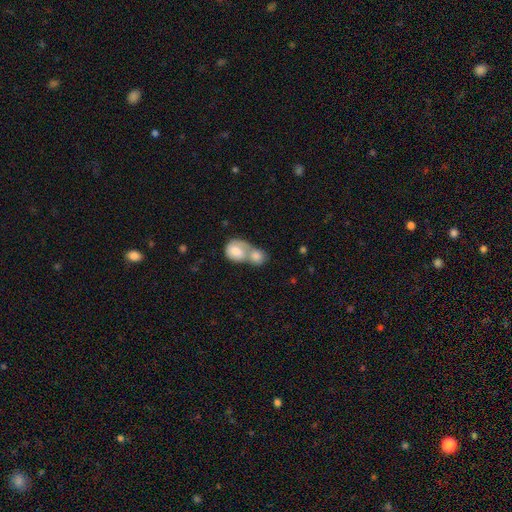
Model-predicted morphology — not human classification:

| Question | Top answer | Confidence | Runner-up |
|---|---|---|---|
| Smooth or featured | smooth | 74% | featured or disk (20%) |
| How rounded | round | 63% | in between (35%) |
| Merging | merger | 79% | none (12%) |